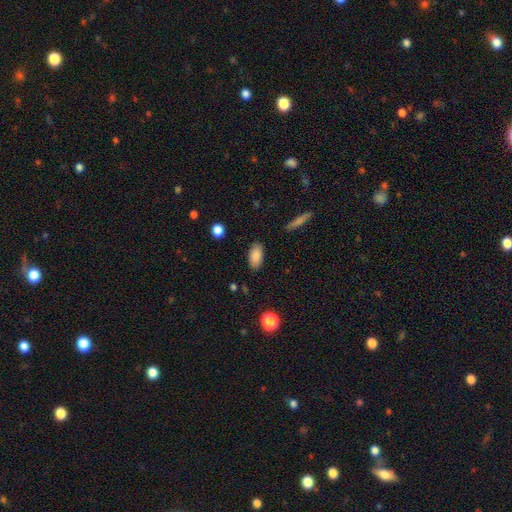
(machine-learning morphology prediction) smooth 88%, star or artifact 7%, featured or disk 5%. Down the decision tree: how rounded — in between (93%); merging — none (87%).